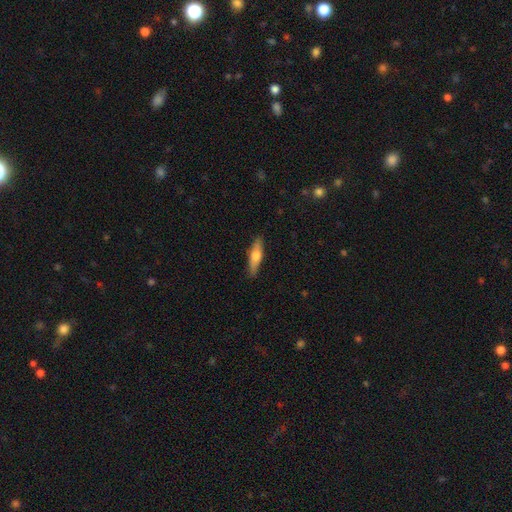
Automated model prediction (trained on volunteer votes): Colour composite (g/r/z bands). It shows a smooth galaxy with no disk features (56%) that is cigar-shaped (66%). Merging: none (88%).